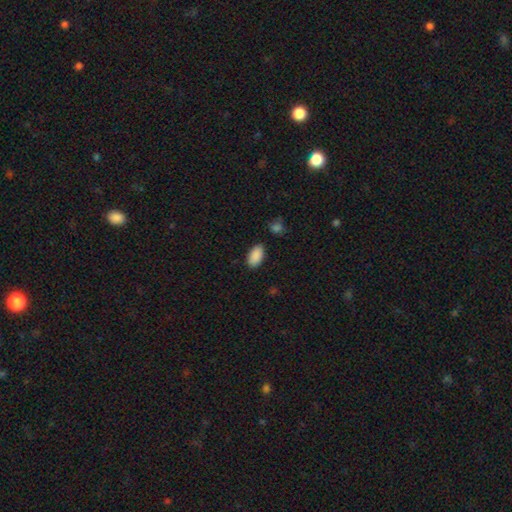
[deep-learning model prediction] A smooth galaxy with no disk features (90%) that is in between round and cigar-shaped (94%). Merging: none (86%).